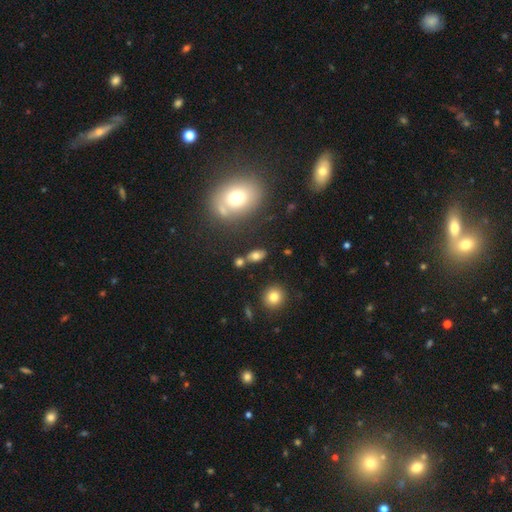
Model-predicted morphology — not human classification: A smooth galaxy with no disk features (72%) that is in between round and cigar-shaped (84%). Merging: none (71%).